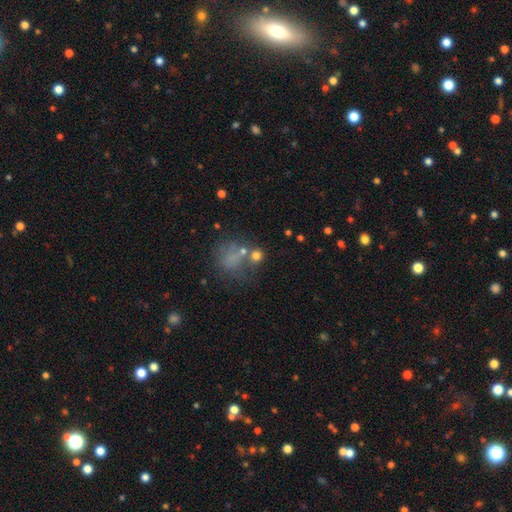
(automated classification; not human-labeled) Q: Smooth or featured?
A: smooth (63%); runner-up: star or artifact (20%)
Q: How rounded?
A: round (74%); runner-up: in between (25%)
Q: Merging?
A: none (47%); runner-up: merger (22%)